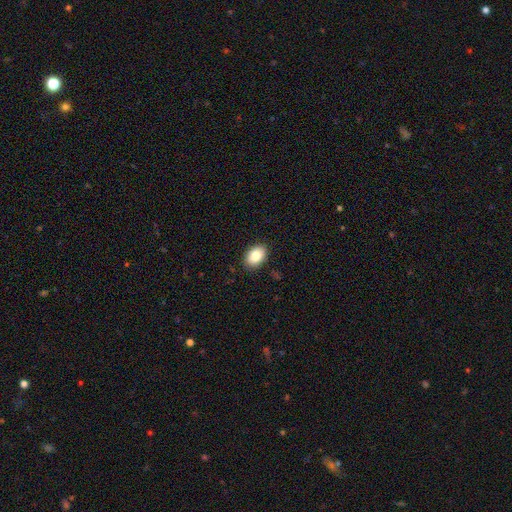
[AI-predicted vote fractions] The model was most divided on "how rounded": in between: 83%, round: 16%, cigar-shaped: 1%. More confident: merging — none (89%); smooth or featured — smooth (84%).